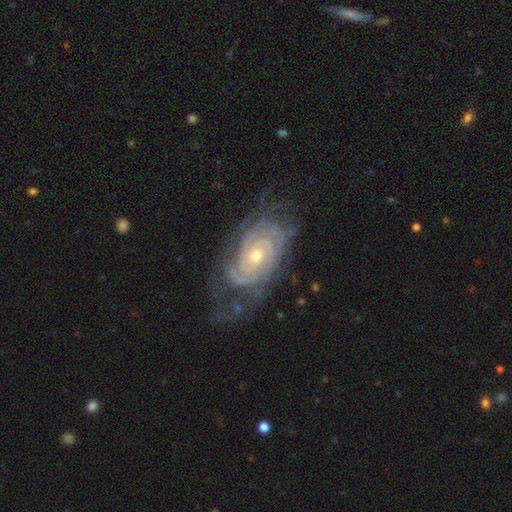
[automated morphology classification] featured or disk 89%, star or artifact 6%, smooth 5%. Down the decision tree: edge-on disk — no (96%); bar — no (71%); spiral arms — yes (97%); spiral arm count — 2 (35%); spiral winding — tight (77%); bulge size — small (50%); merging — none (66%).